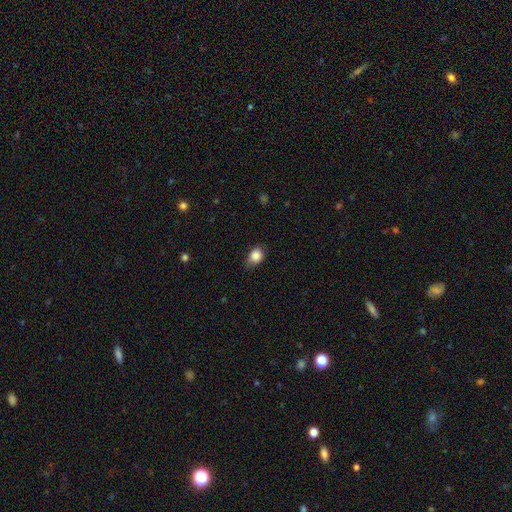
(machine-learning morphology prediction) This appears to be a smooth galaxy with no disk features (85%) that is in between round and cigar-shaped (66%). Merging: none (70%).